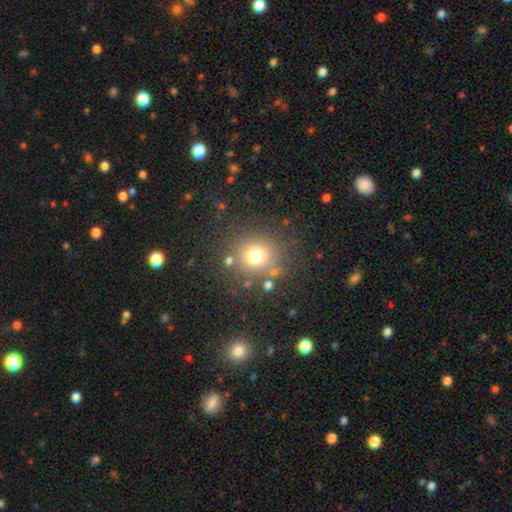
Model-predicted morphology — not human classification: smooth 71%, star or artifact 18%, featured or disk 11%. Down the decision tree: how rounded — round (89%); merging — none (78%).